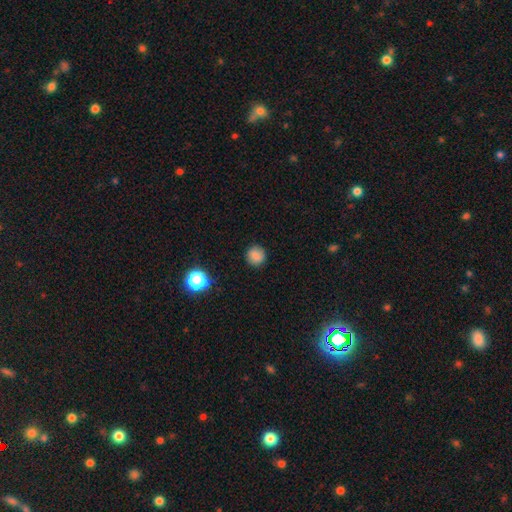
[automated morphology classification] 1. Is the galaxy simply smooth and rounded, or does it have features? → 84% smooth, 11% star or artifact, 5% featured or disk.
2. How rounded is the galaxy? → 91% round, 8% in between, 1% cigar-shaped.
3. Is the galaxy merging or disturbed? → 89% none, 7% minor disturbance, 2% major disturbance, 1% merger.